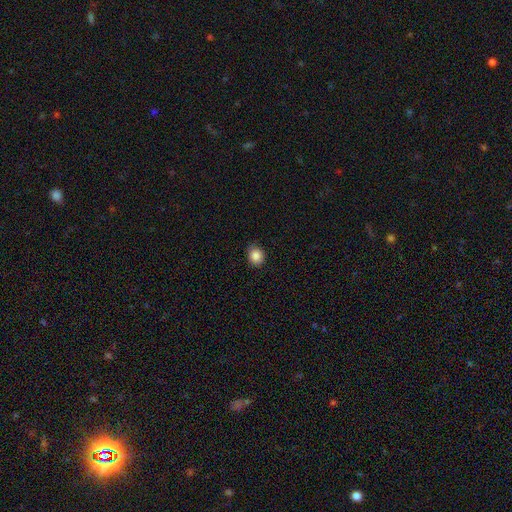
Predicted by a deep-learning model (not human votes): Smooth or featured? Predicted: smooth (p=0.86). How rounded? Predicted: round (p=0.68). Merging? Predicted: none (p=0.83).